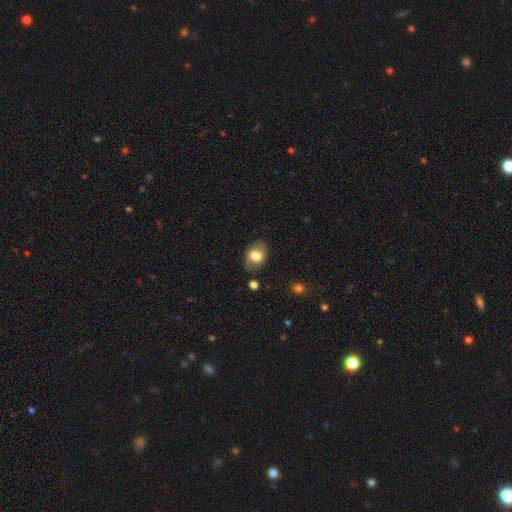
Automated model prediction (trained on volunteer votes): smooth_or_featured: smooth (p=0.73) [alt: featured or disk p=0.19]
how_rounded: in between (p=0.71) [alt: round p=0.28]
merging: none (p=0.79) [alt: minor disturbance p=0.15]